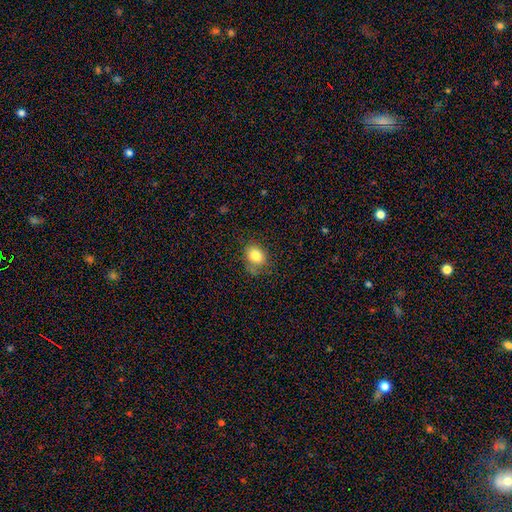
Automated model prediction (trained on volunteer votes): Q: Smooth or featured?
A: smooth (81%); runner-up: star or artifact (10%)
Q: How rounded?
A: in between (56%); runner-up: round (43%)
Q: Merging?
A: none (73%); runner-up: minor disturbance (19%)